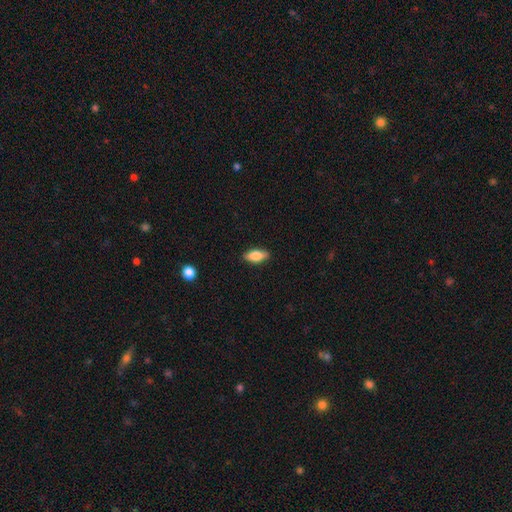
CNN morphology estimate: This is clearly a smooth galaxy (81%). How rounded: clearly in between (84%). Merging: clearly none (88%).